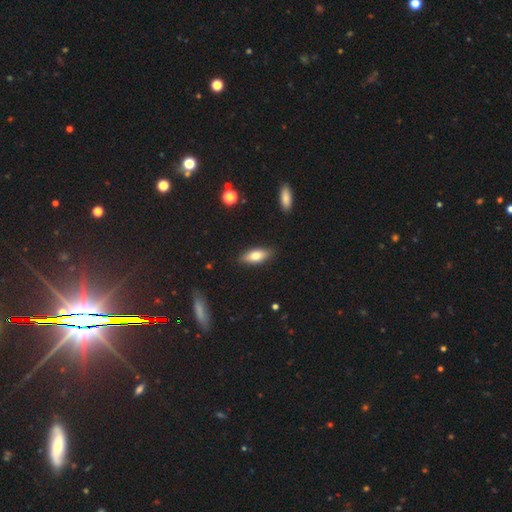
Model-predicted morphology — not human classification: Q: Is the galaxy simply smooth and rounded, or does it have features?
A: smooth — 73%.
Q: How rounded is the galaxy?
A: in between — 73%.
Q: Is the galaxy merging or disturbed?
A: none — 87%.